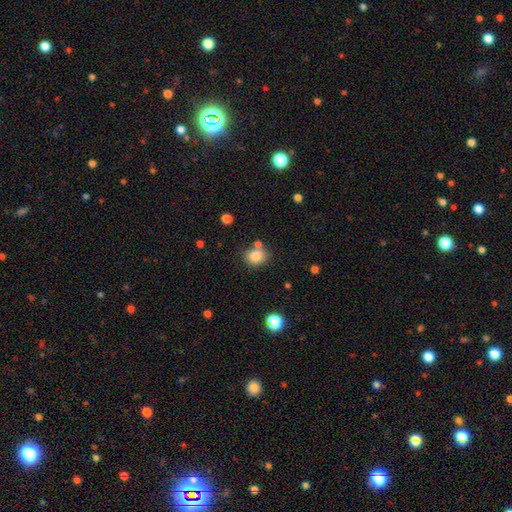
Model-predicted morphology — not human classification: smooth-or-featured: smooth: 83% | star or artifact: 11% | featured or disk: 6%
  how-rounded: round: 66% | in between: 33% | cigar-shaped: 1%
  merging: none: 72% | merger: 12% | minor disturbance: 12% | major disturbance: 4%